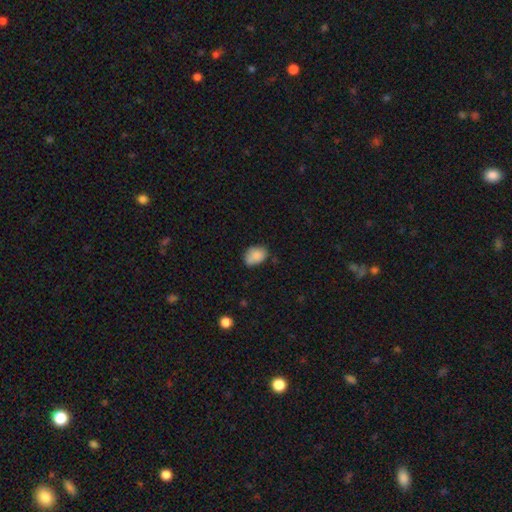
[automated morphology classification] This appears to be a smooth galaxy with no disk features (84%) that is in between round and cigar-shaped (77%). Merging: none (59%).